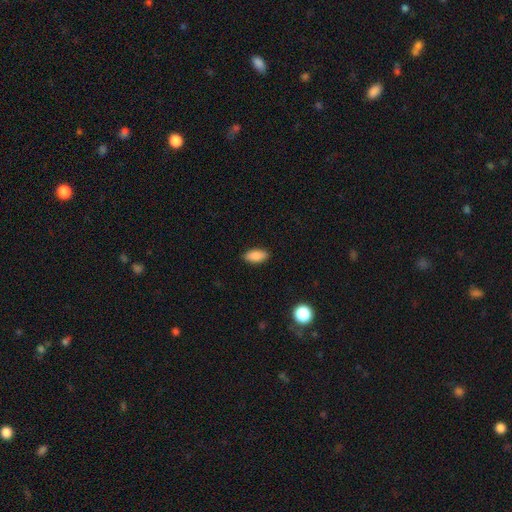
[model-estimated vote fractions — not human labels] Morphology: type=smooth (88%); roundness=in between (89%); merging=none (88%).